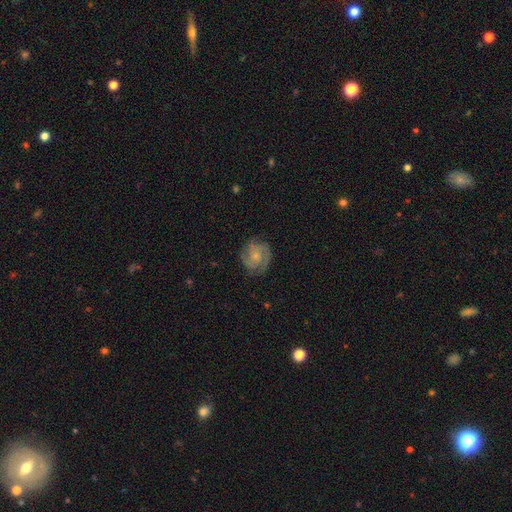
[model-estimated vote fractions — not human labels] Overall: featured or disk (83%). Edge-on disk: no (98%). Bar: no (70%). Spiral arms: yes (97%). Spiral arm count: 2 (52%; 3 27%). Spiral winding: tight (55%; medium 38%). Bulge size: small (61%; moderate 27%). Merging: none (80%).